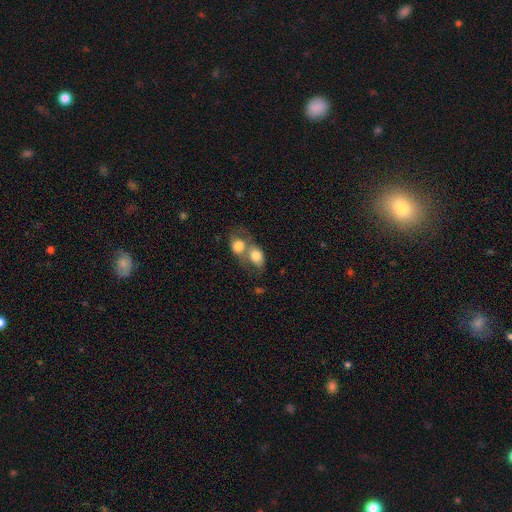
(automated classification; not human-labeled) A smooth galaxy with no disk features (77%) that is in between round and cigar-shaped (62%).

Vote fractions:
- Smooth or featured? smooth: 77% / featured or disk: 16% / star or artifact: 7%
- How rounded? in between: 62% / round: 36% / cigar-shaped: 2%
- Merging? merger: 72% / none: 16% / minor disturbance: 7% / major disturbance: 5%